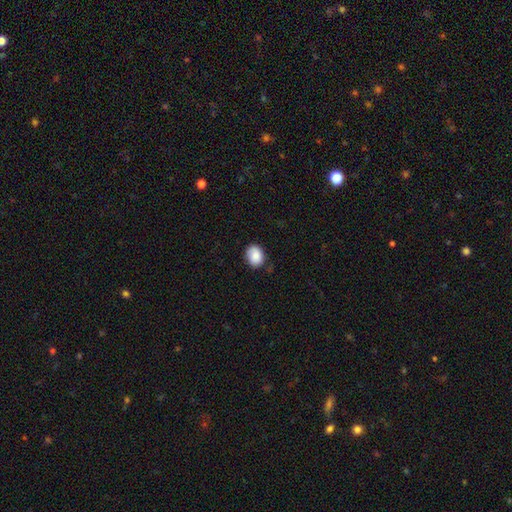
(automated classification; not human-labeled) Q: Smooth or featured?
A: smooth (86%); runner-up: star or artifact (8%)
Q: How rounded?
A: in between (56%); runner-up: round (43%)
Q: Merging?
A: none (77%); runner-up: minor disturbance (18%)